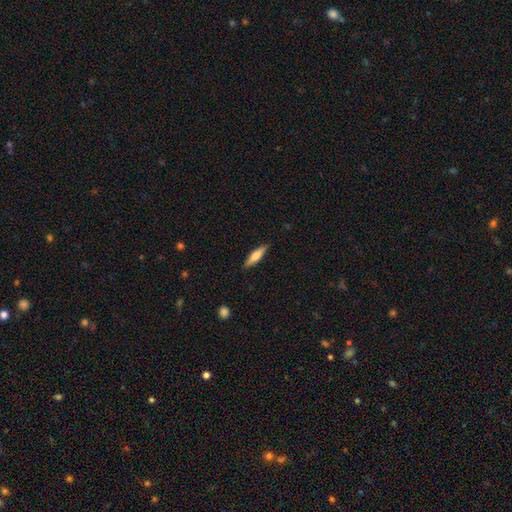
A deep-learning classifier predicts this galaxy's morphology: This is possibly a smooth galaxy (59%). How rounded: likely cigar-shaped (72%). Merging: clearly none (88%).